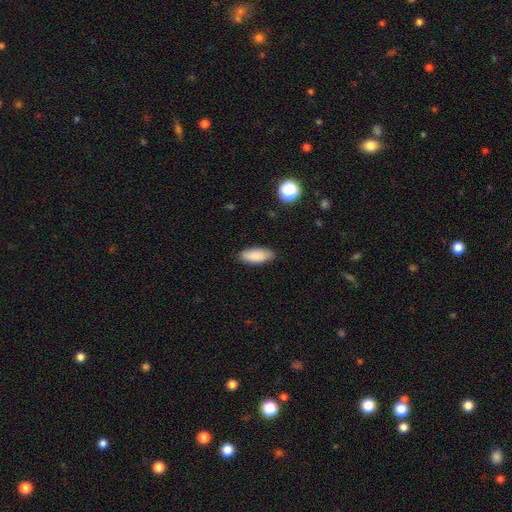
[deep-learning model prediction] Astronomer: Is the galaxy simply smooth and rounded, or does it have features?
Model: smooth — 88%.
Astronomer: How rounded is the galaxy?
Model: in between — 81%.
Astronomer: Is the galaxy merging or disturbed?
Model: none — 87%.